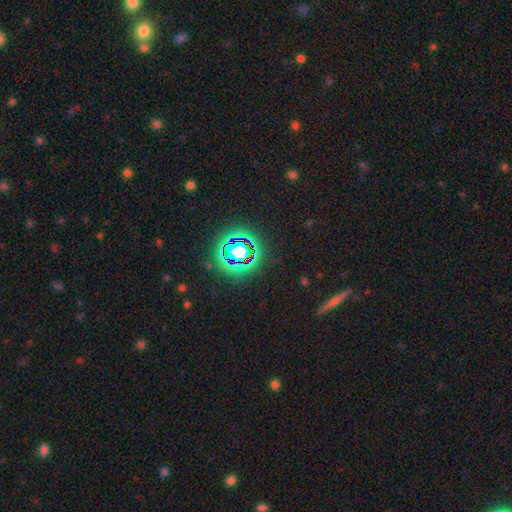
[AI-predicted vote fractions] Smooth or featured?
  - star or artifact: 75% *
  - smooth: 16%
  - featured or disk: 9%